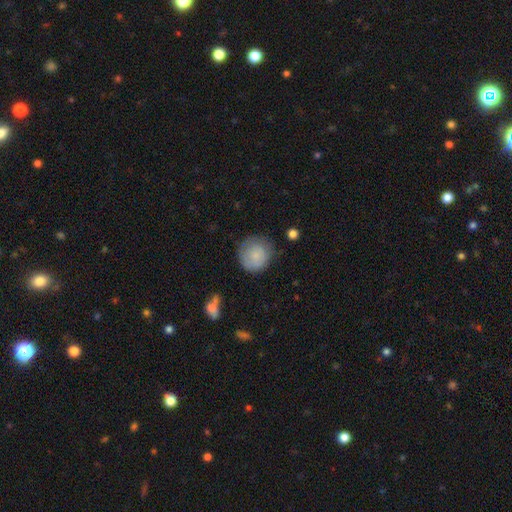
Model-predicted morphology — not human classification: Overall: smooth (82%). How rounded: round (89%). Merging: none (70%).